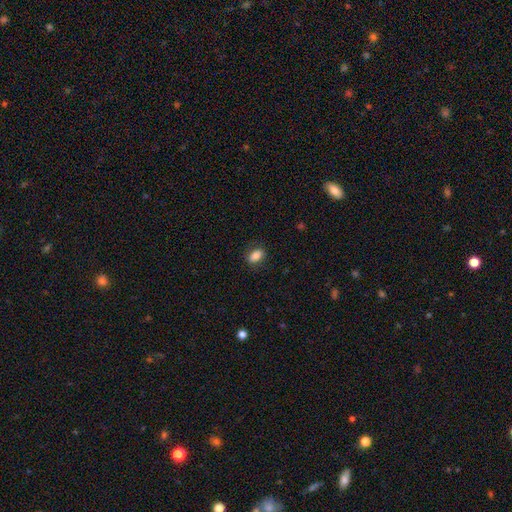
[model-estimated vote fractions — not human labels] Smooth or featured? smooth (83%)
How rounded? in between (85%)
Merging? none (84%)